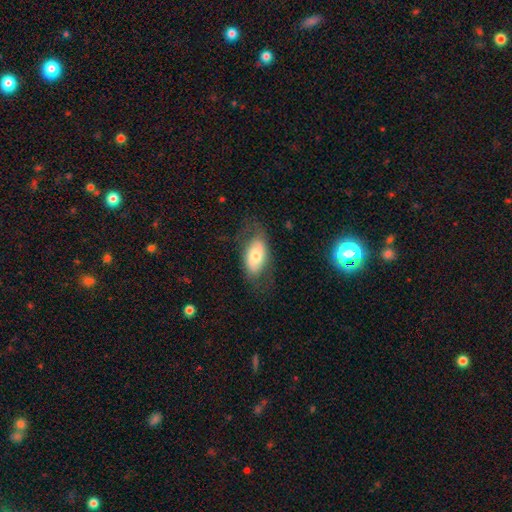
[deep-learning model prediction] Q: Smooth or featured?
A: smooth (62%); runner-up: featured or disk (31%)
Q: How rounded?
A: in between (92%); runner-up: round (4%)
Q: Merging?
A: none (66%); runner-up: minor disturbance (20%)